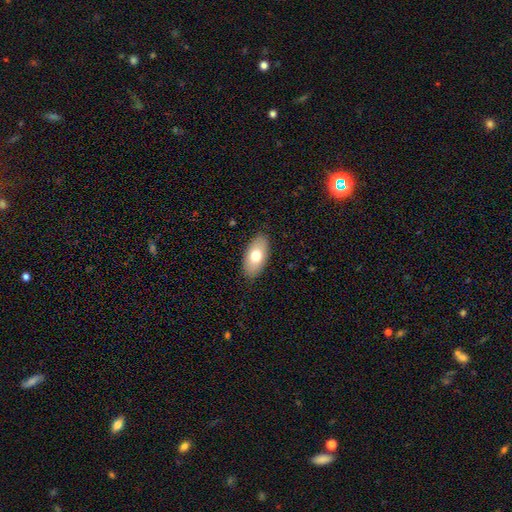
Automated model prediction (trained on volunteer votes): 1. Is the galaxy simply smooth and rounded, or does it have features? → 72% smooth, 22% featured or disk, 7% star or artifact.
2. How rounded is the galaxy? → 92% in between, 5% cigar-shaped, 3% round.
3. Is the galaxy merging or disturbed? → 88% none, 9% minor disturbance, 2% major disturbance, 1% merger.